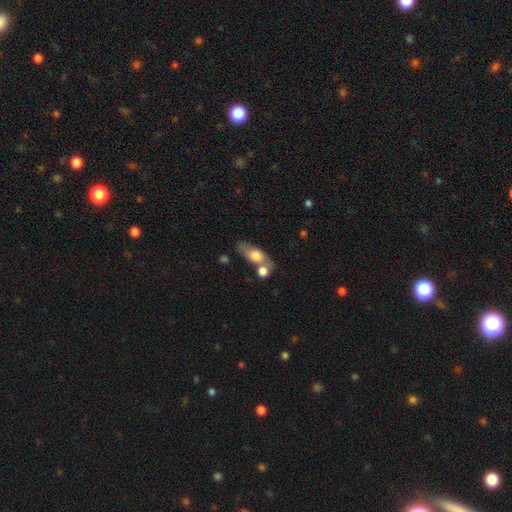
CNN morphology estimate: type=smooth (67%); roundness=in between (70%); merging=none (46%).